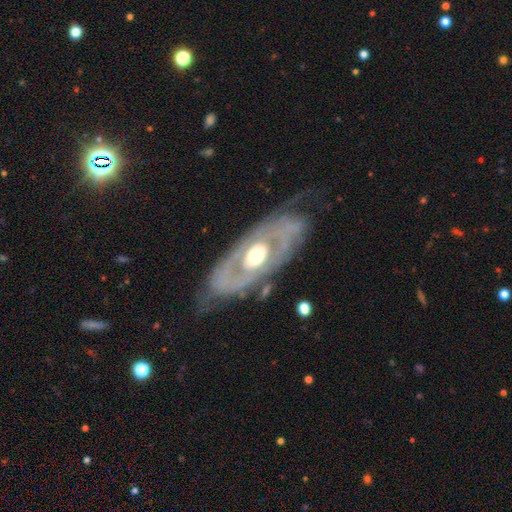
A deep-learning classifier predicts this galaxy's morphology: Smooth or featured: featured or disk — 79% (smooth — 17%)
Edge-on disk: no — 90% (yes — 10%)
Bar: no — 82% (weak — 13%)
Spiral arms: no — 53% (yes — 47%)
Bulge size: moderate — 67% (large — 21%)
Merging: none — 68% (minor disturbance — 19%)